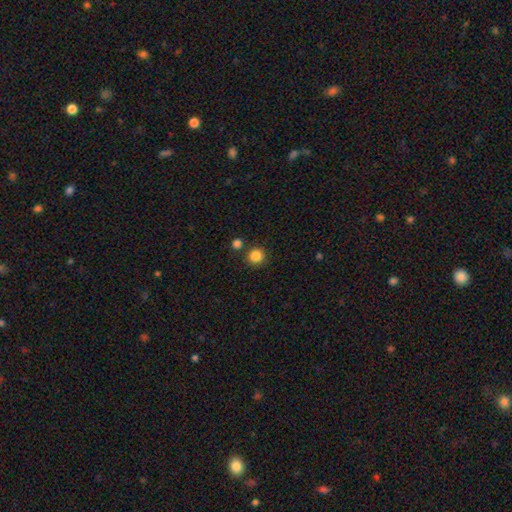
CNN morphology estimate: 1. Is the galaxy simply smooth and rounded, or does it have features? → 85% smooth, 11% star or artifact, 4% featured or disk.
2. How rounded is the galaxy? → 93% round, 6% in between, 1% cigar-shaped.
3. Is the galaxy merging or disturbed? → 83% none, 7% merger, 7% minor disturbance, 2% major disturbance.